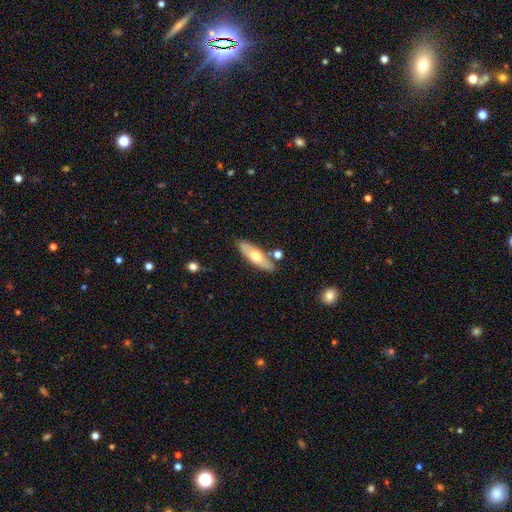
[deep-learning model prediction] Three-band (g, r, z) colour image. It shows a smooth galaxy with no disk features (53%) that is in between round and cigar-shaped (59%). Merging: none (77%).